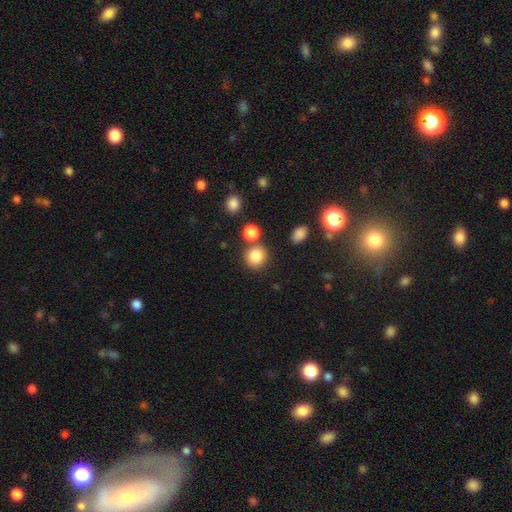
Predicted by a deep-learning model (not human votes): smooth-or-featured: smooth: 84% | star or artifact: 11% | featured or disk: 5%
  how-rounded: round: 88% | in between: 11% | cigar-shaped: 1%
  merging: none: 75% | merger: 13% | minor disturbance: 9% | major disturbance: 3%